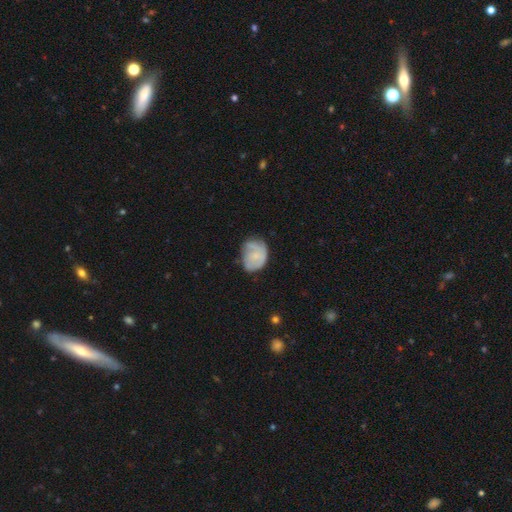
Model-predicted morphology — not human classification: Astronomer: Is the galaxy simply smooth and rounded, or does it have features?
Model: smooth — 52% (runner-up: featured or disk, 41%).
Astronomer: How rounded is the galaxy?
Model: in between — 55% (runner-up: round, 44%).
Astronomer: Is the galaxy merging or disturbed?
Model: none — 44% (runner-up: minor disturbance, 36%).